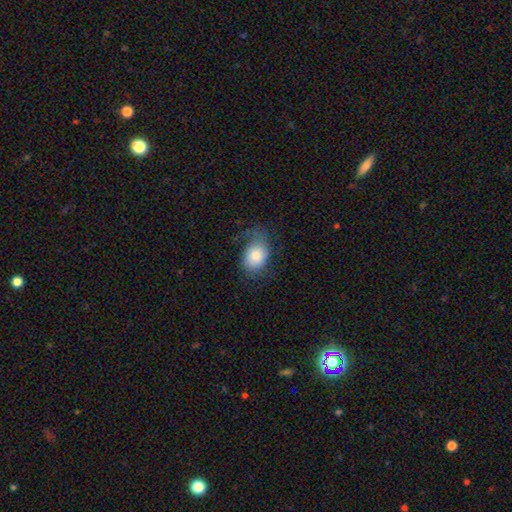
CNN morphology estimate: A smooth galaxy with no disk features (68%) that is in between round and cigar-shaped (66%). Merging: none (48%).